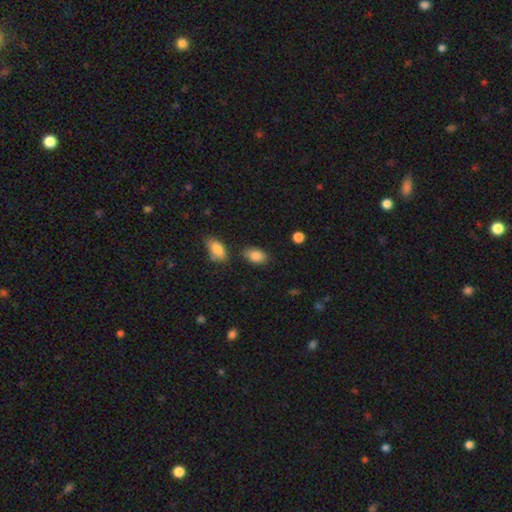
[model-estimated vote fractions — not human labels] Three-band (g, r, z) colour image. It shows a smooth galaxy with no disk features (86%) that is in between round and cigar-shaped (91%). Merging: none (78%).